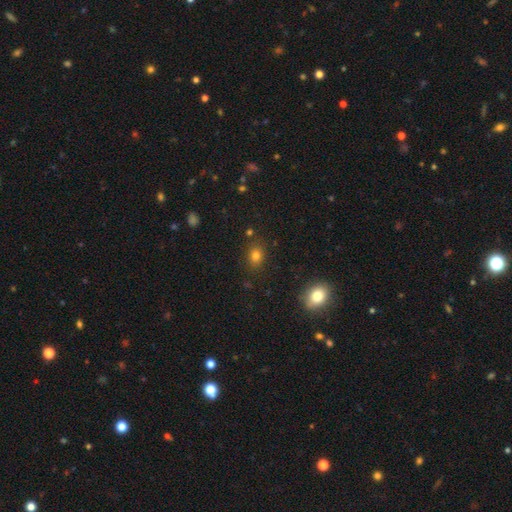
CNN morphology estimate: smooth_or_featured: smooth (p=0.78) [alt: star or artifact p=0.15]
how_rounded: in between (p=0.55) [alt: round p=0.44]
merging: none (p=0.83) [alt: minor disturbance p=0.11]